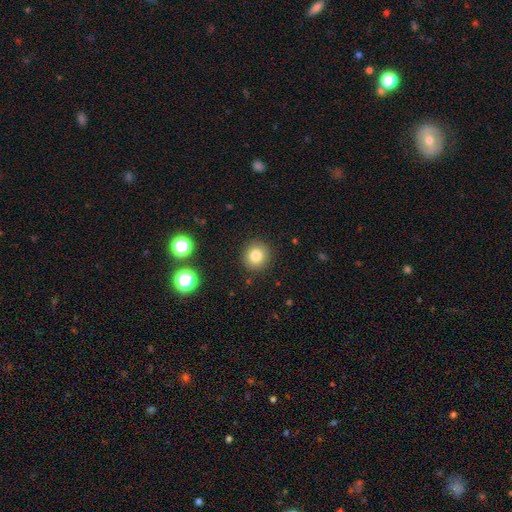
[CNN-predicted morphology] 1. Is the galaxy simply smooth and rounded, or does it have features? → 80% smooth, 12% star or artifact, 7% featured or disk.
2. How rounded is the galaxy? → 89% round, 11% in between, 1% cigar-shaped.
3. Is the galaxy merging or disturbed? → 90% none, 6% minor disturbance, 2% major disturbance, 1% merger.